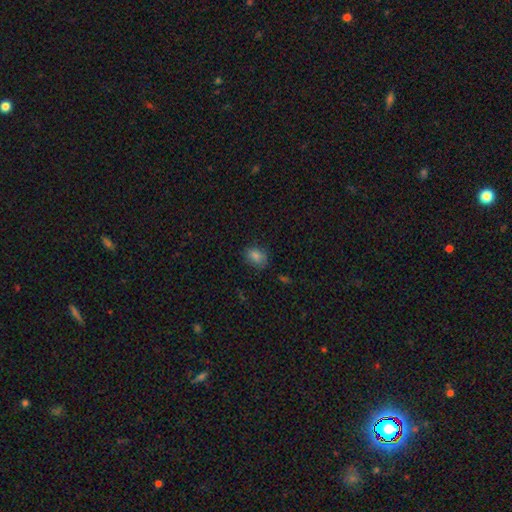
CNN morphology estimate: Overall: smooth (80%). How rounded: in between (65%; round 34%). Merging: none (75%).